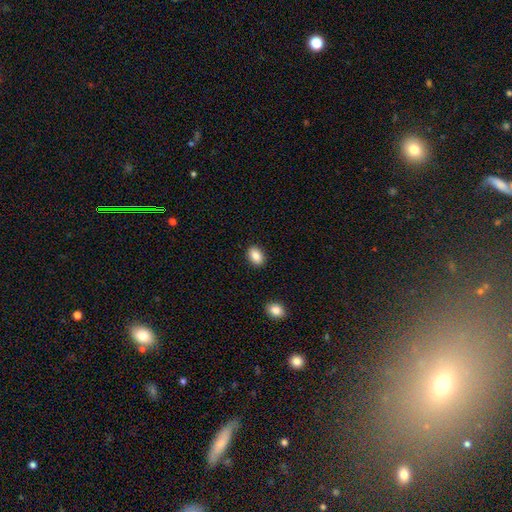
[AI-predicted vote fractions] Morphology: type=smooth (87%); roundness=in between (81%); merging=none (89%).